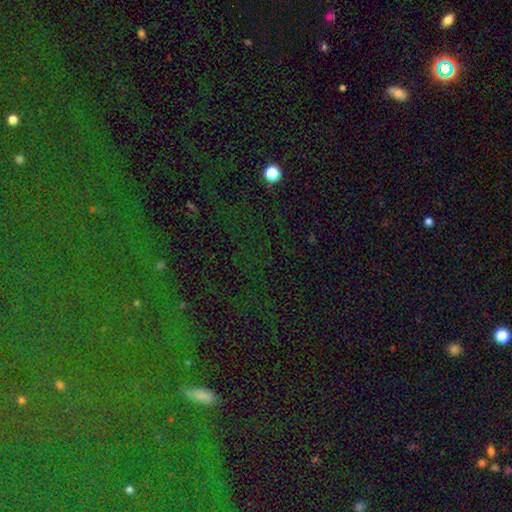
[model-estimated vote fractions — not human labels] A star or artifact, not a galaxy (79%).

Vote fractions:
- Smooth or featured? star or artifact: 79% / smooth: 11% / featured or disk: 10%